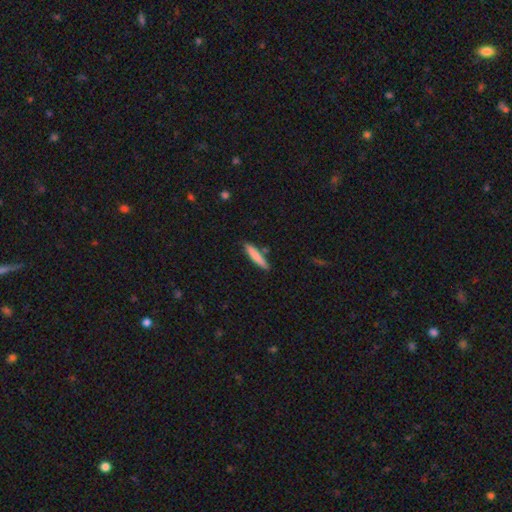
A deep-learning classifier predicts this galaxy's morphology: A smooth galaxy with no disk features (80%) that is cigar-shaped (89%). Merging: none (82%).